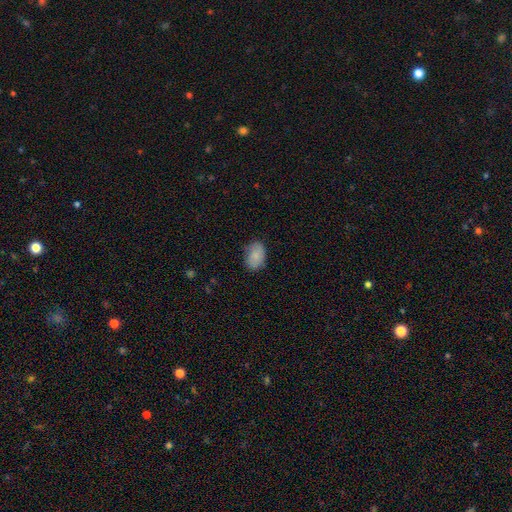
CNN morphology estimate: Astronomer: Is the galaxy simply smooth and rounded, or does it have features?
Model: smooth — 85%.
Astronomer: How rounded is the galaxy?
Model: in between — 86%.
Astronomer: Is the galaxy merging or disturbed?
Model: none — 78%.